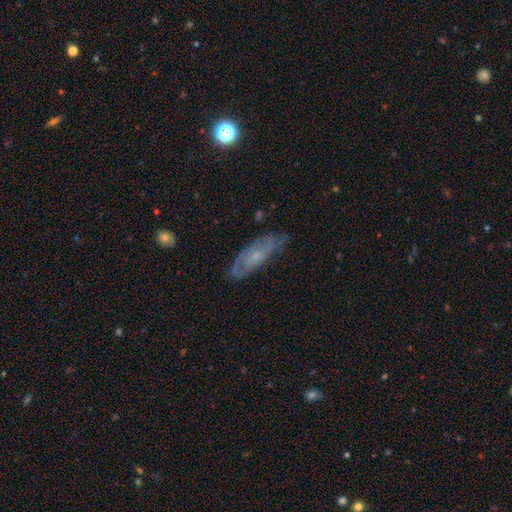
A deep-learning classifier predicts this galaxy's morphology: A featured or disk galaxy (65%) with no bar (71%), spiral arms (76%) and a small central bulge (64%). Merging: none (70%).